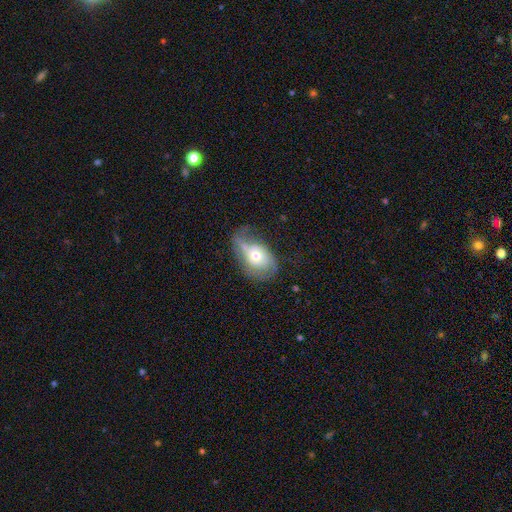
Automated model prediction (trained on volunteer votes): Overall: featured or disk (53%; smooth 39%). Edge-on disk: no (94%). Merging: none (33%; major disturbance 32%).